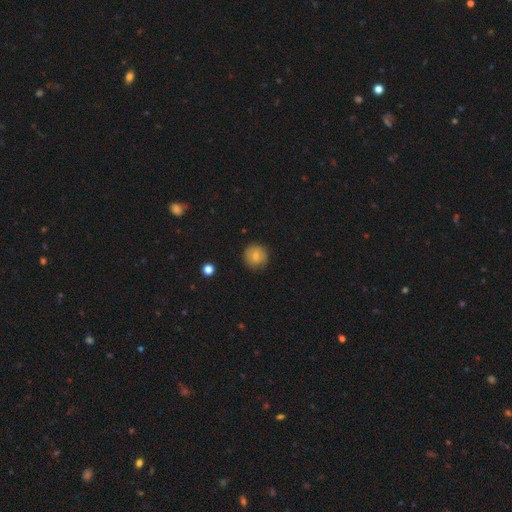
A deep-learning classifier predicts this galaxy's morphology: Smooth or featured: smooth — 69% (featured or disk — 21%)
How rounded: round — 92% (in between — 7%)
Merging: none — 83% (minor disturbance — 13%)